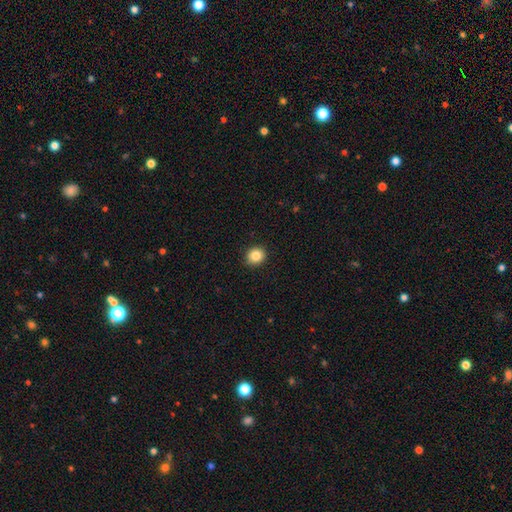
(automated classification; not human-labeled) Morphology: type=smooth (84%); roundness=round (82%); merging=none (91%).